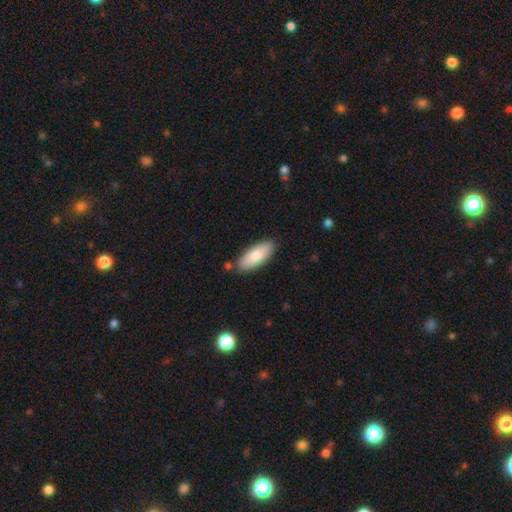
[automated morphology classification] Smooth or featured? smooth (79%)
How rounded? in between (78%)
Merging? none (85%)